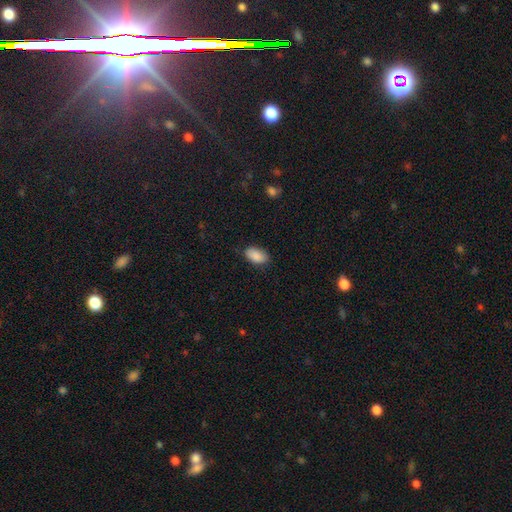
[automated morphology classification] The model was most divided on "merging": none: 82%, minor disturbance: 14%, major disturbance: 3%, merger: 1%. More confident: how rounded — in between (94%); smooth or featured — smooth (89%).